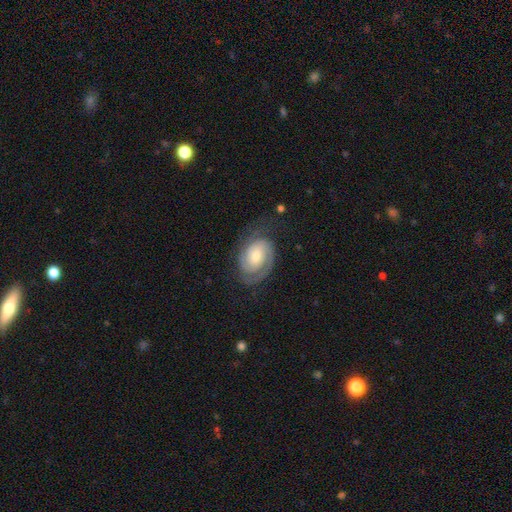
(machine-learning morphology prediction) A featured or disk galaxy (81%) with no bar (62%), 2 (65%) tight (63%) spiral arms (95%) and a moderate central bulge (54%). Merging: none (67%).